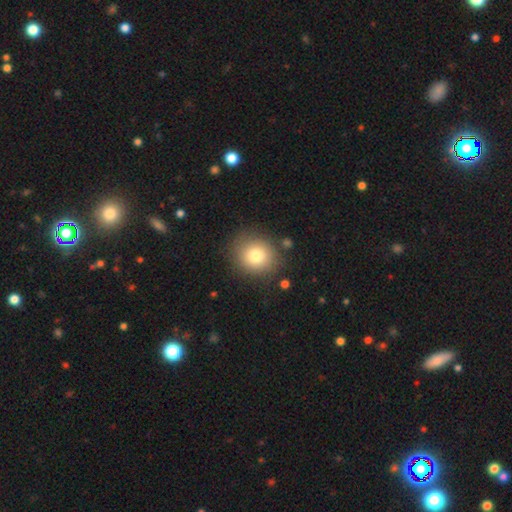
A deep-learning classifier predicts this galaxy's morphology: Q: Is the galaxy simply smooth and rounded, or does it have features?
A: smooth — 78%.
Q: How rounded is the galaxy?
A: round — 85%.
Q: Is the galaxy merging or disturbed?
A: none — 83%.